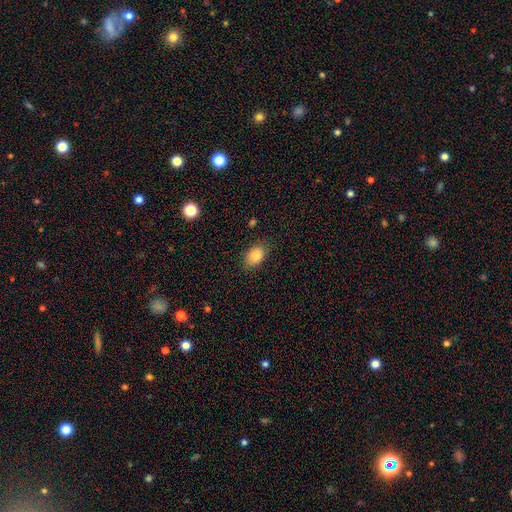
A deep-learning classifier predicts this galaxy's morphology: Smooth or featured: smooth — 87% (star or artifact — 8%)
How rounded: in between — 81% (round — 17%)
Merging: none — 83% (minor disturbance — 13%)